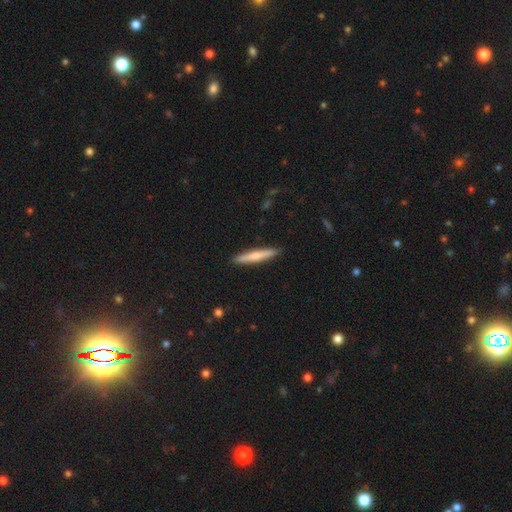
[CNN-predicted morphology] type=smooth (64%); roundness=cigar-shaped (94%); merging=none (91%).